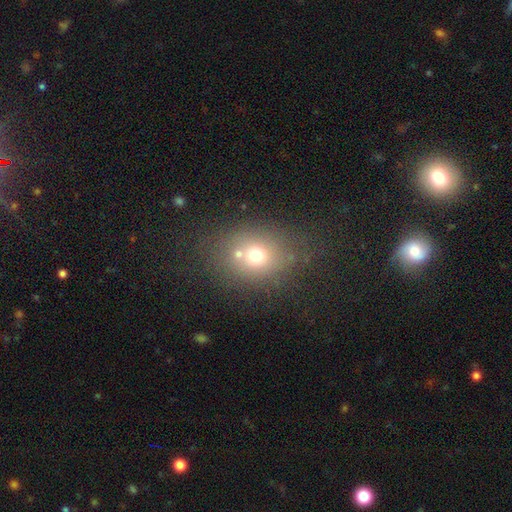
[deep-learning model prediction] smooth 65%, star or artifact 18%, featured or disk 16%. Down the decision tree: how rounded — round (57%); merging — none (61%).